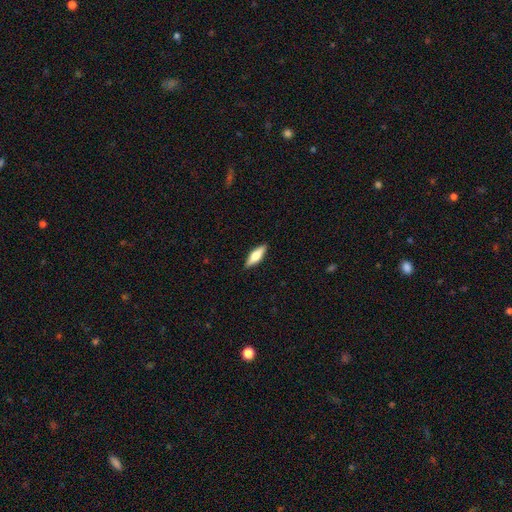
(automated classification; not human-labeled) Smooth or featured?
  - smooth: 54% *
  - featured or disk: 40%
  - star or artifact: 6%
How rounded?
  - in between: 50% *
  - cigar-shaped: 47%
  - round: 2%
Merging?
  - none: 90% *
  - minor disturbance: 8%
  - major disturbance: 2%
  - merger: 1%